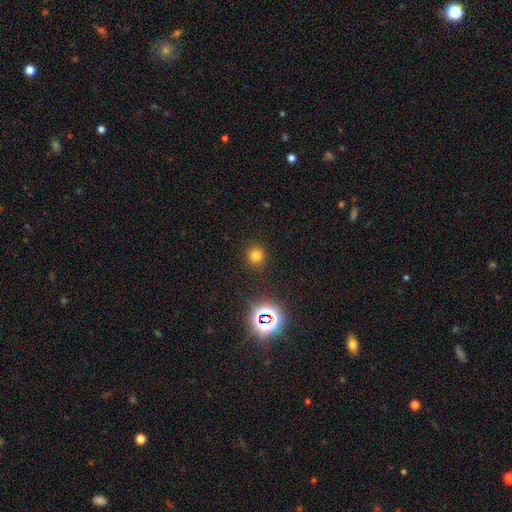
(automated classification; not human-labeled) A smooth galaxy with no disk features (71%) that is round (91%).

Vote fractions:
- Smooth or featured? smooth: 71% / star or artifact: 23% / featured or disk: 6%
- How rounded? round: 91% / in between: 8% / cigar-shaped: 1%
- Merging? none: 88% / minor disturbance: 8% / major disturbance: 3% / merger: 2%